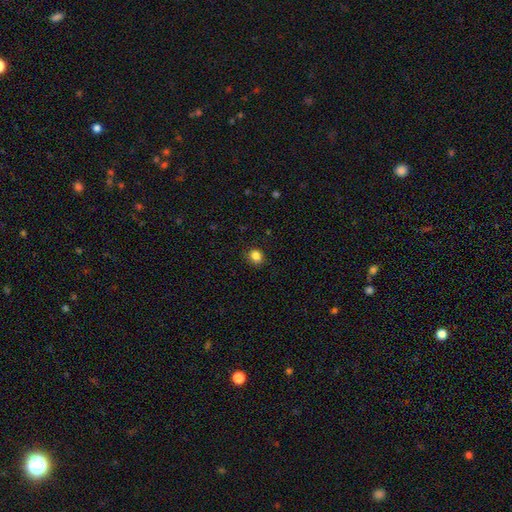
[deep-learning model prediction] This is clearly a smooth galaxy (85%). How rounded: likely round (72%). Merging: clearly none (86%).